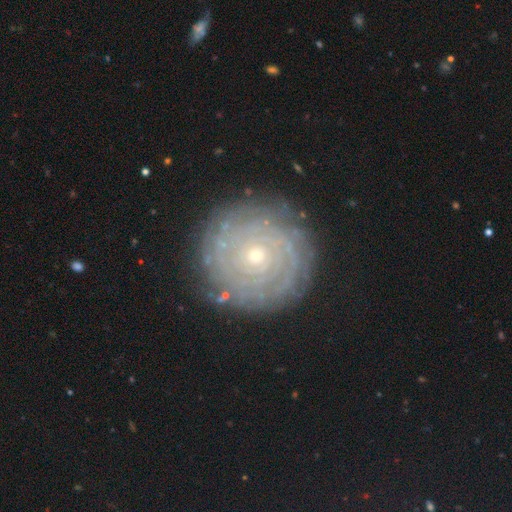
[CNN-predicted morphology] Smooth or featured? featured or disk (79%)
Edge-on disk? no (97%)
Bar? no (83%)
Spiral arms? yes (93%)
Spiral winding? tight (88%)
Spiral arm count? can't tell (39%)
Bulge size? small (73%)
Merging? none (85%)